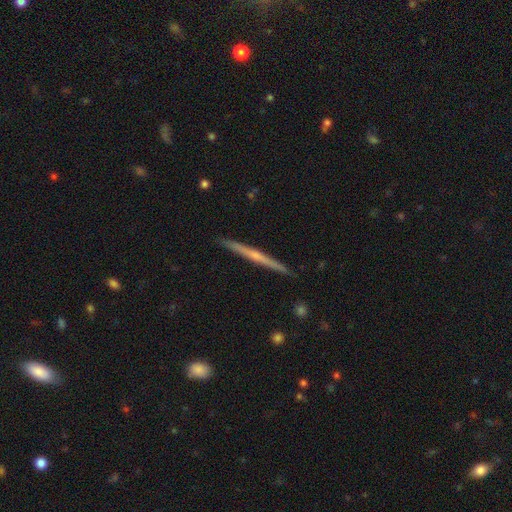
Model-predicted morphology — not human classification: Q: Smooth or featured?
A: featured or disk (68%); runner-up: smooth (27%)
Q: Edge-on disk?
A: yes (98%); runner-up: no (2%)
Q: Edge-on bulge?
A: none (50%); runner-up: rounded (44%)
Q: Merging?
A: none (92%); runner-up: minor disturbance (6%)